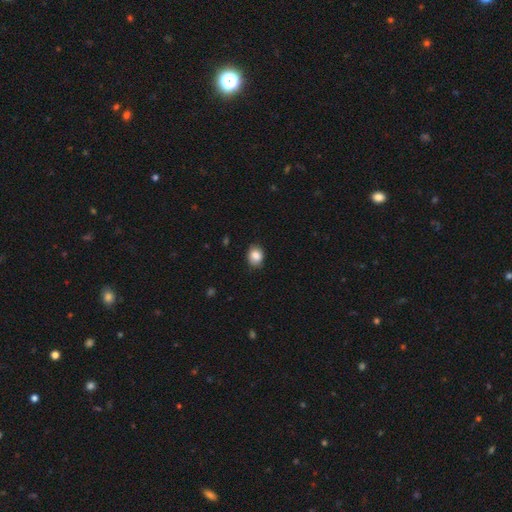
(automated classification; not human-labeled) Smooth or featured: smooth — 86% (star or artifact — 8%)
How rounded: in between — 53% (round — 46%)
Merging: none — 82% (minor disturbance — 15%)